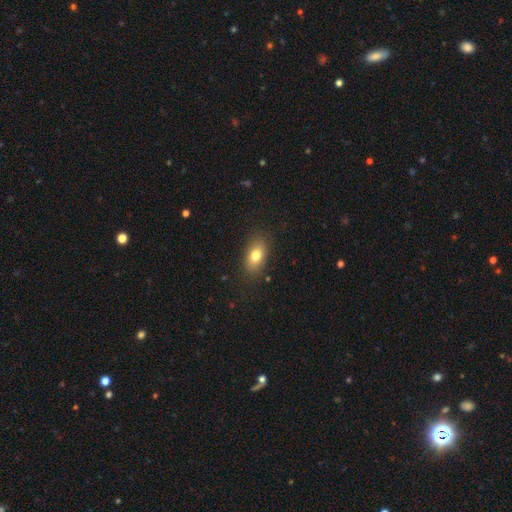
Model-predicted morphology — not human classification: smooth_or_featured: smooth (p=0.79) [alt: featured or disk p=0.12]
how_rounded: in between (p=0.87) [alt: round p=0.09]
merging: none (p=0.84) [alt: minor disturbance p=0.11]